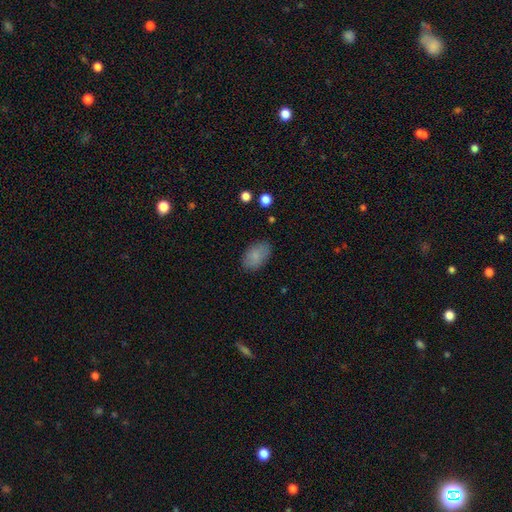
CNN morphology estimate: A smooth galaxy with no disk features (84%) that is in between round and cigar-shaped (91%).

Vote fractions:
- Smooth or featured? smooth: 84% / featured or disk: 8% / star or artifact: 8%
- How rounded? in between: 91% / round: 8% / cigar-shaped: 1%
- Merging? none: 83% / minor disturbance: 13% / major disturbance: 3% / merger: 1%